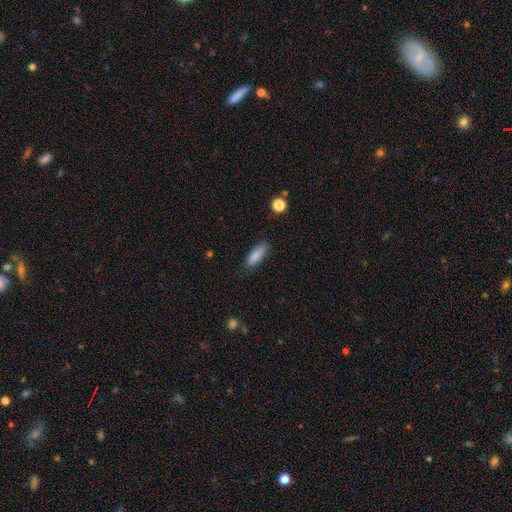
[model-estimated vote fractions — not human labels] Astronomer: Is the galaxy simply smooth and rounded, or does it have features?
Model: smooth — 84%.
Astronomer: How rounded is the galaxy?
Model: in between — 58% (runner-up: cigar-shaped, 40%).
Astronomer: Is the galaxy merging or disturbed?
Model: none — 80%.